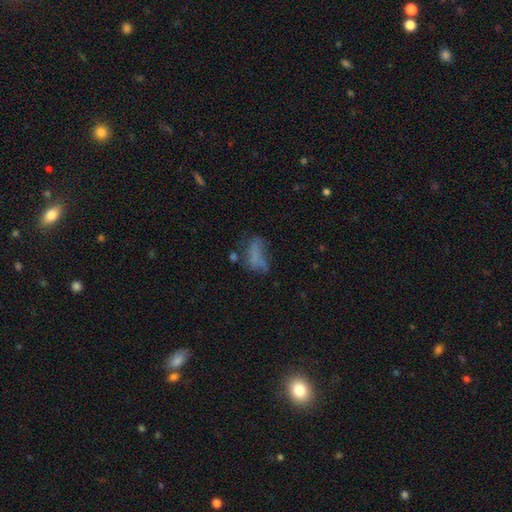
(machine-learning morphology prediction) Smooth or featured? Predicted: smooth (p=0.55). How rounded? Predicted: in between (p=0.77). Merging? Predicted: major disturbance (p=0.34).